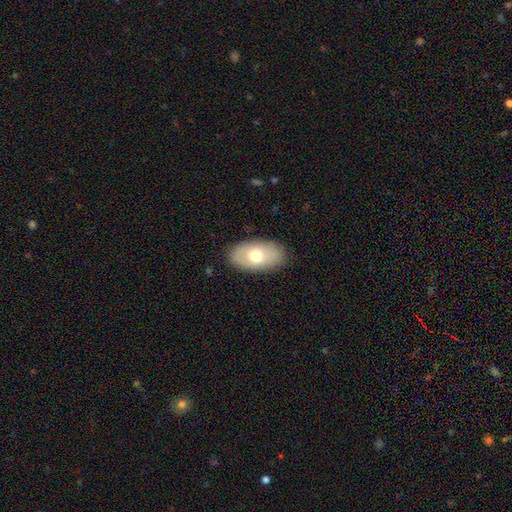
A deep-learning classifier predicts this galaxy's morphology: Smooth or featured? Predicted: smooth (p=0.67). How rounded? Predicted: in between (p=0.93). Merging? Predicted: none (p=0.86).